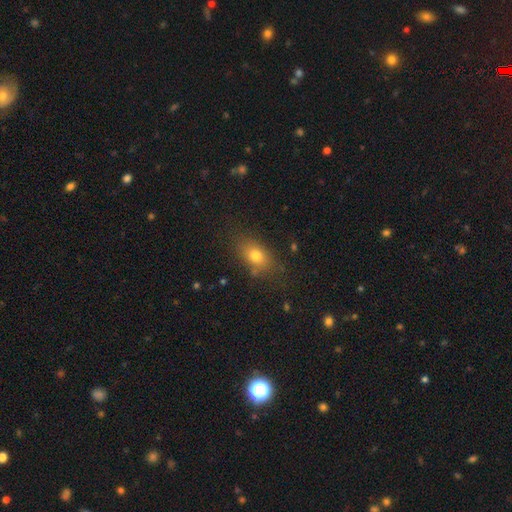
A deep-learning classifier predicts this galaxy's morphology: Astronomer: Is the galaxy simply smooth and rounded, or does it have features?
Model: smooth — 76%.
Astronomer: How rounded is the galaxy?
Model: in between — 76%.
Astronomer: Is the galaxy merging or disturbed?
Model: none — 75%.